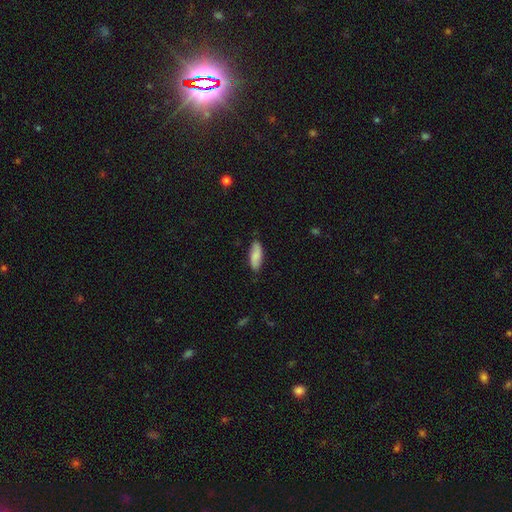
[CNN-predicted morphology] A smooth galaxy with no disk features (81%) that is in between round and cigar-shaped (70%).

Vote fractions:
- Smooth or featured? smooth: 81% / featured or disk: 13% / star or artifact: 6%
- How rounded? in between: 70% / cigar-shaped: 28% / round: 2%
- Merging? none: 82% / minor disturbance: 14% / major disturbance: 2% / merger: 1%